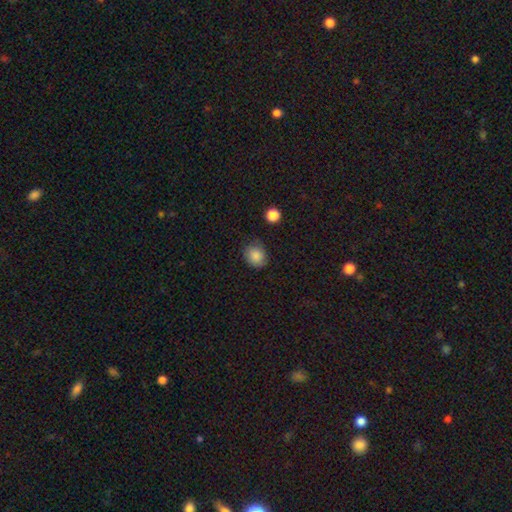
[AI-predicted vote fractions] Morphology: type=smooth (86%); roundness=round (70%); merging=none (77%).